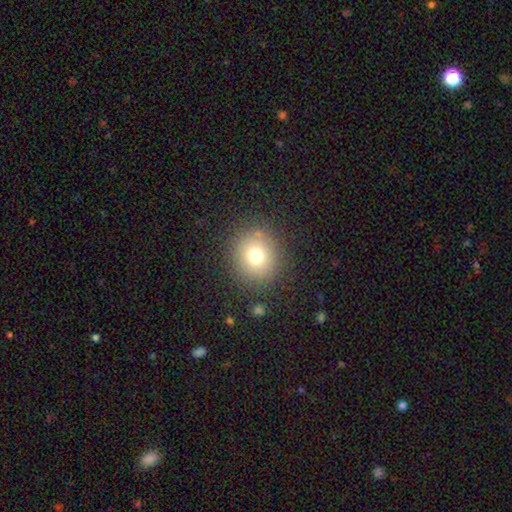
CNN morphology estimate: Q: Smooth or featured?
A: smooth (73%); runner-up: star or artifact (15%)
Q: How rounded?
A: round (84%); runner-up: in between (16%)
Q: Merging?
A: none (85%); runner-up: minor disturbance (9%)